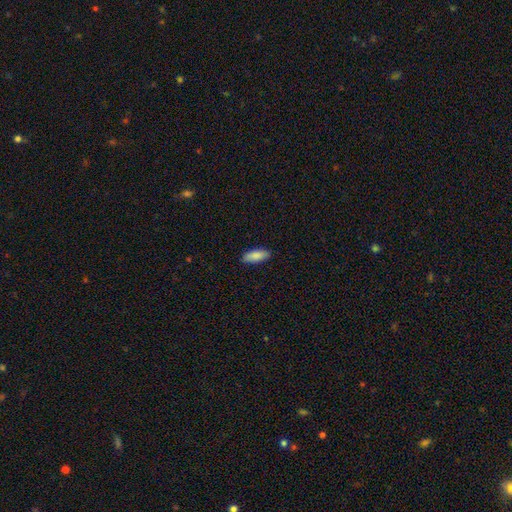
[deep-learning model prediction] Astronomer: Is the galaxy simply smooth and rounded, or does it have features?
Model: smooth — 87%.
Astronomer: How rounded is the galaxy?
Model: in between — 76%.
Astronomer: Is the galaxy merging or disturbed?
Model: none — 87%.